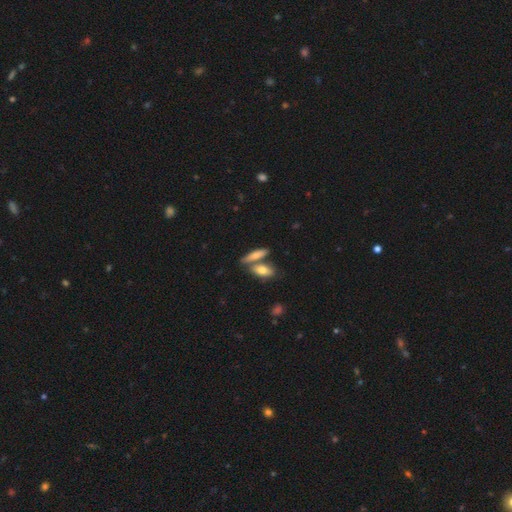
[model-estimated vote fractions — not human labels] Q: Smooth or featured?
A: smooth (62%); runner-up: featured or disk (30%)
Q: How rounded?
A: cigar-shaped (49%); runner-up: in between (46%)
Q: Merging?
A: none (55%); runner-up: merger (32%)